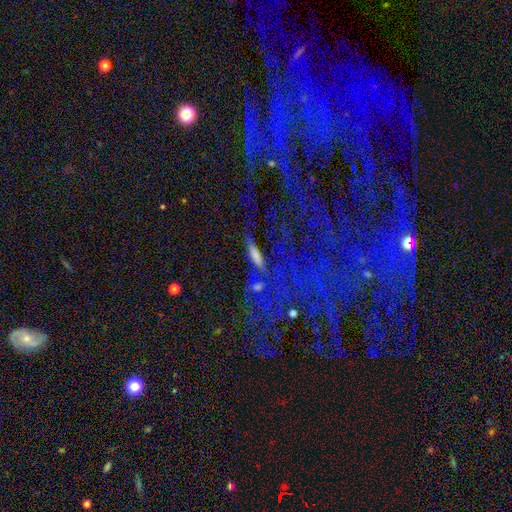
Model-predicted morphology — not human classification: Smooth or featured?
  - smooth: 47% *
  - featured or disk: 29%
  - star or artifact: 24%
Merging?
  - none: 75% *
  - minor disturbance: 14%
  - major disturbance: 6%
  - merger: 6%